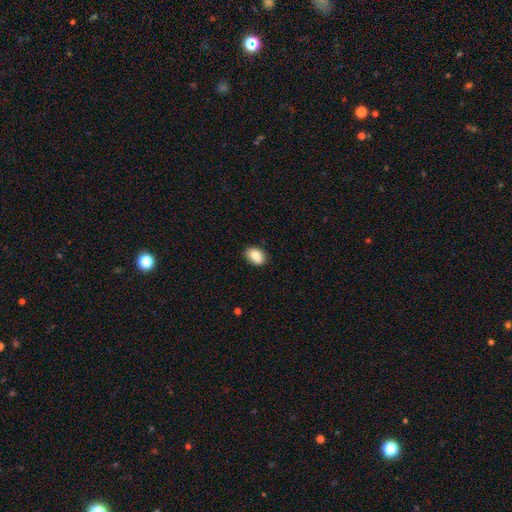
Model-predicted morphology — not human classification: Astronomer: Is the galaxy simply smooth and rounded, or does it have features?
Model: smooth — 85%.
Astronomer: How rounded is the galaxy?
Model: in between — 84%.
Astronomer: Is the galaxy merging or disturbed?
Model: none — 85%.